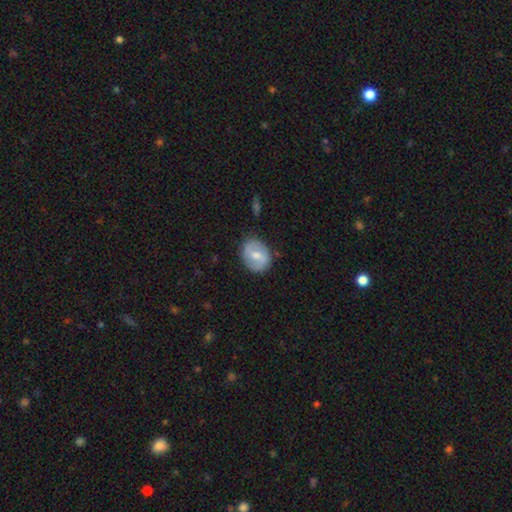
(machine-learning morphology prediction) Q: Smooth or featured?
A: featured or disk (50%); runner-up: smooth (44%)
Q: Edge-on disk?
A: no (96%); runner-up: yes (4%)
Q: Merging?
A: none (81%); runner-up: minor disturbance (14%)